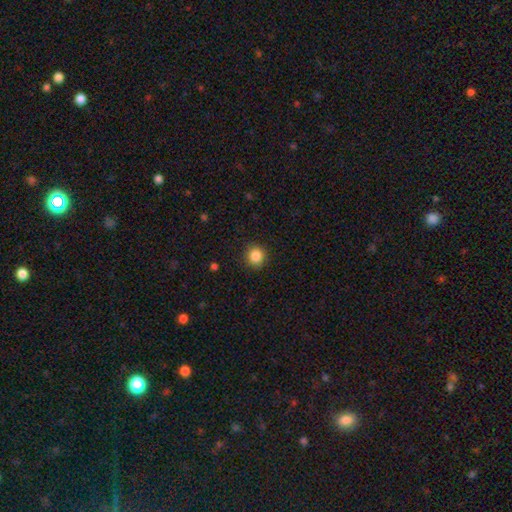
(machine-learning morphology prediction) Smooth or featured?
  - smooth: 86% *
  - star or artifact: 10%
  - featured or disk: 4%
How rounded?
  - round: 90% *
  - in between: 9%
  - cigar-shaped: 1%
Merging?
  - none: 89% *
  - minor disturbance: 8%
  - major disturbance: 2%
  - merger: 1%